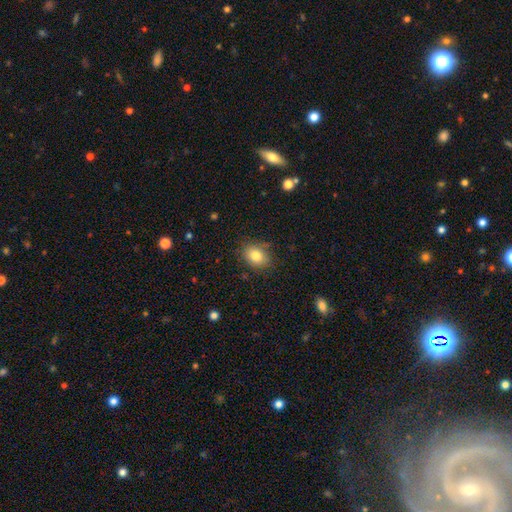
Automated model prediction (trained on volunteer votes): Q: Smooth or featured?
A: smooth (81%); runner-up: star or artifact (10%)
Q: How rounded?
A: in between (53%); runner-up: round (46%)
Q: Merging?
A: none (81%); runner-up: minor disturbance (14%)